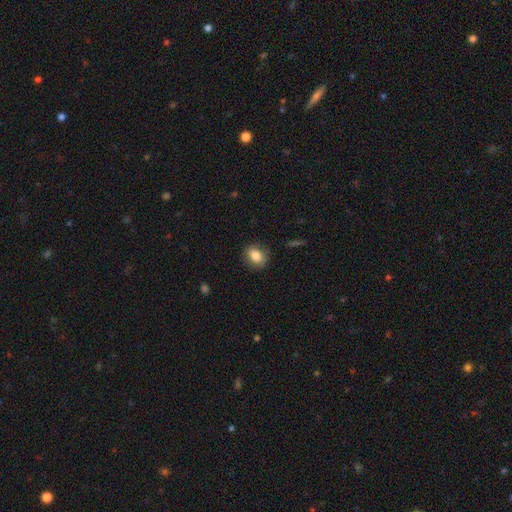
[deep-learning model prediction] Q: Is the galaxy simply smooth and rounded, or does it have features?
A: smooth — 84%.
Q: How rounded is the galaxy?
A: in between — 59%.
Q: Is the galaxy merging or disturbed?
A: none — 85%.